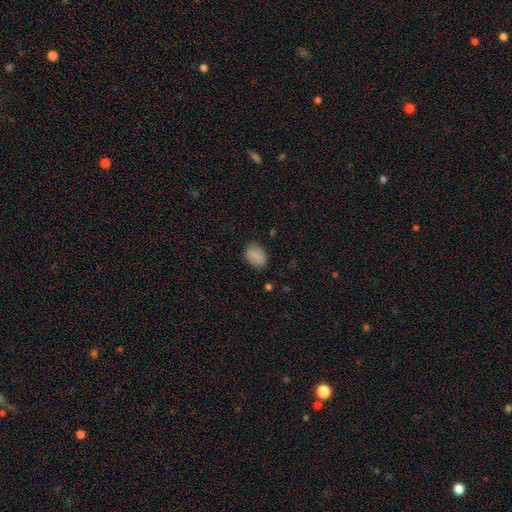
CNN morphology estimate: Smooth or featured? Predicted: smooth (p=0.85). How rounded? Predicted: in between (p=0.81). Merging? Predicted: none (p=0.82).